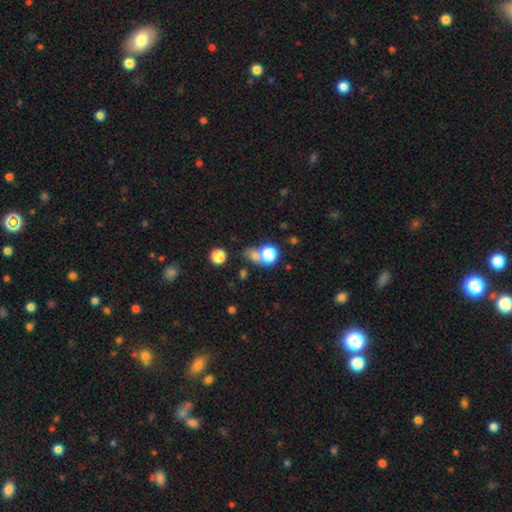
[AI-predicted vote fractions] The model was most divided on "merging": none: 46%, merger: 38%, minor disturbance: 10%, major disturbance: 6%. More confident: smooth or featured — smooth (70%); how rounded — round (69%).